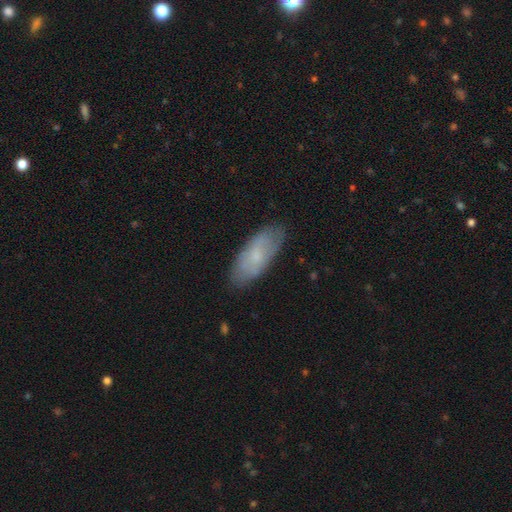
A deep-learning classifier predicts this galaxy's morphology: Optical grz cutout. It shows a smooth galaxy with no disk features (61%) that is in between round and cigar-shaped (79%). Merging: none (80%).